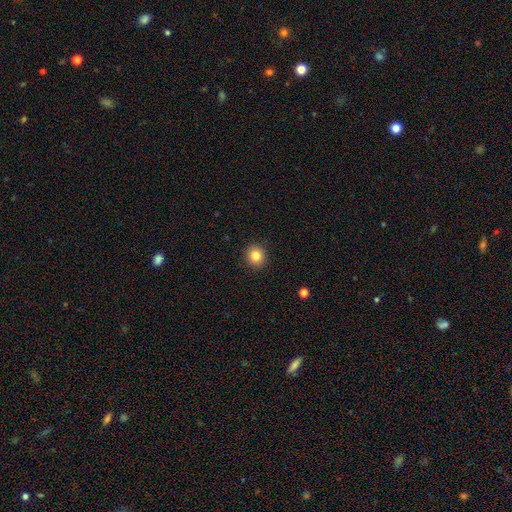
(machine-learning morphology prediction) Q: Smooth or featured?
A: smooth (83%); runner-up: star or artifact (10%)
Q: How rounded?
A: round (87%); runner-up: in between (12%)
Q: Merging?
A: none (91%); runner-up: minor disturbance (6%)